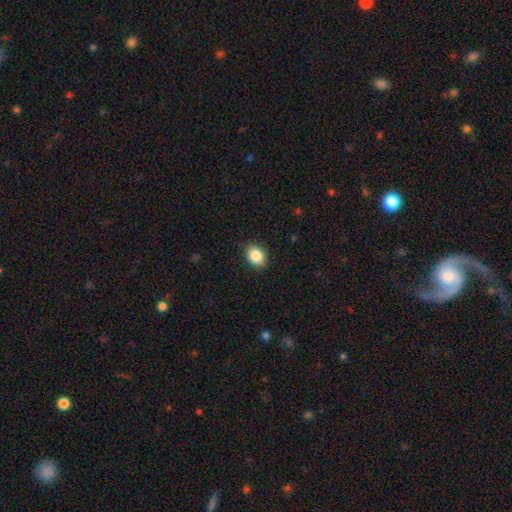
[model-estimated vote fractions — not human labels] This is clearly a smooth galaxy (87%). How rounded: possibly in between (50%). Merging: clearly none (88%).